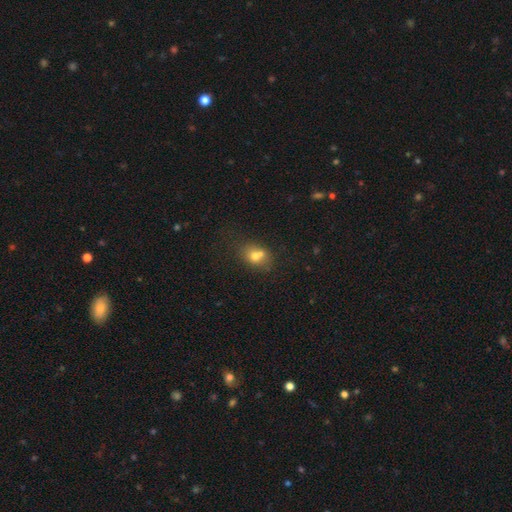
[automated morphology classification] Smooth or featured?
  - smooth: 68% *
  - featured or disk: 20%
  - star or artifact: 13%
How rounded?
  - round: 53% *
  - in between: 45%
  - cigar-shaped: 1%
Merging?
  - merger: 44% *
  - none: 40%
  - minor disturbance: 11%
  - major disturbance: 4%